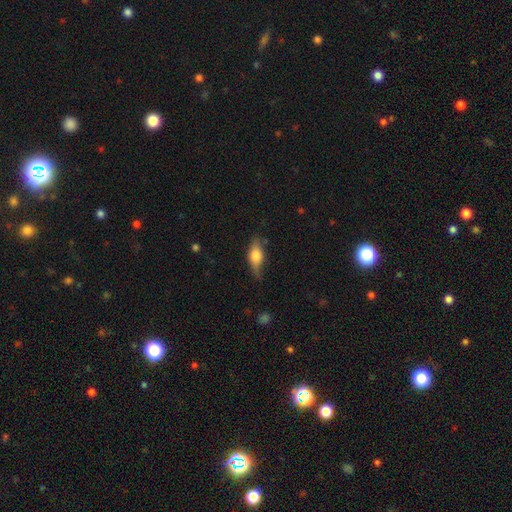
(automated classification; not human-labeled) smooth 64%, featured or disk 29%, star or artifact 7%. Down the decision tree: how rounded — in between (74%); merging — none (60%).